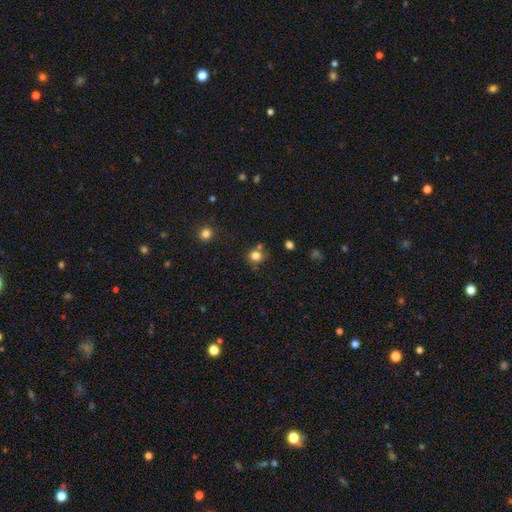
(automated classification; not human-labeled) Smooth or featured? smooth (79%)
How rounded? round (85%)
Merging? none (70%)